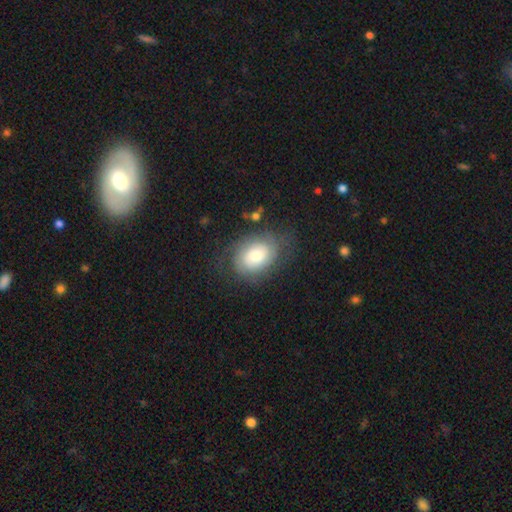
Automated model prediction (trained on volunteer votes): smooth 47%, featured or disk 44%, star or artifact 8%. Down the decision tree: merging — none (67%).